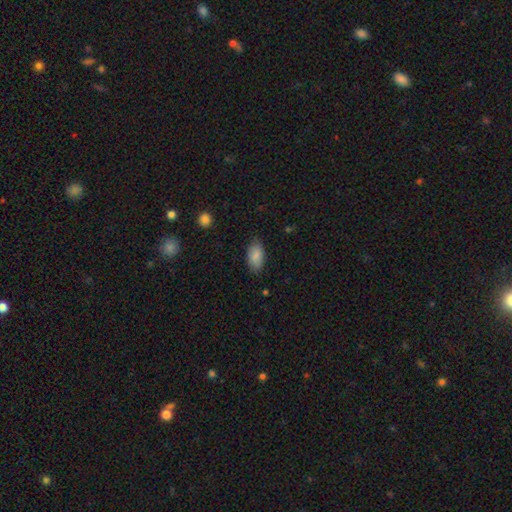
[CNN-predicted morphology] A smooth galaxy with no disk features (86%) that is in between round and cigar-shaped (93%).

Vote fractions:
- Smooth or featured? smooth: 86% / featured or disk: 7% / star or artifact: 7%
- How rounded? in between: 93% / round: 3% / cigar-shaped: 3%
- Merging? none: 81% / minor disturbance: 15% / major disturbance: 3% / merger: 1%